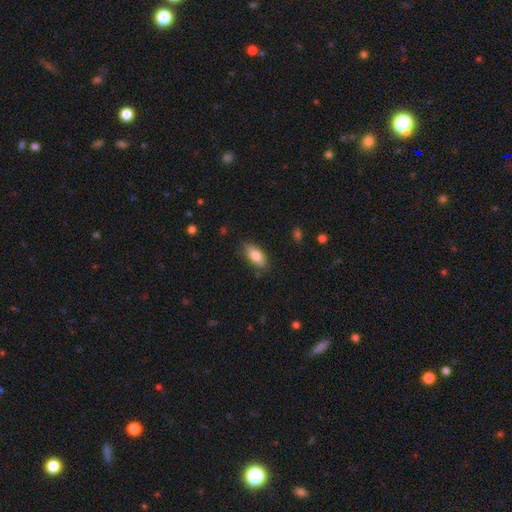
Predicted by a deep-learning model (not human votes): This is clearly a smooth galaxy (82%). How rounded: clearly in between (86%). Merging: clearly none (82%).